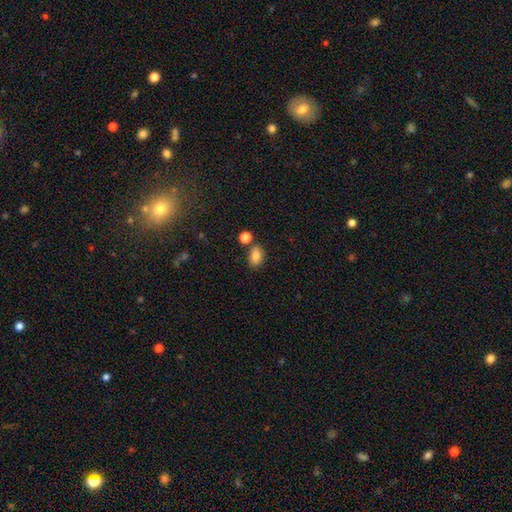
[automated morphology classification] Smooth or featured? Predicted: smooth (p=0.82). How rounded? Predicted: in between (p=0.84). Merging? Predicted: none (p=0.74).